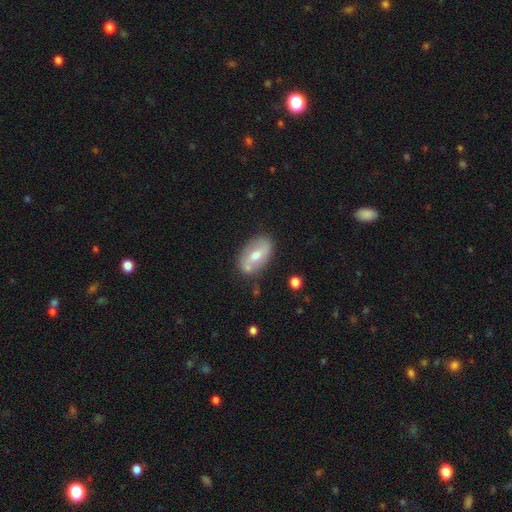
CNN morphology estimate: featured or disk 48%, smooth 46%, star or artifact 6%. Down the decision tree: merging — none (71%).